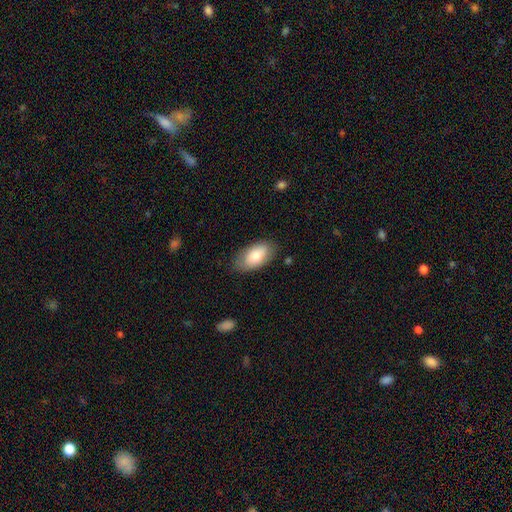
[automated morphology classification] This appears to be a smooth galaxy with no disk features (77%) that is in between round and cigar-shaped (94%). Merging: none (80%).